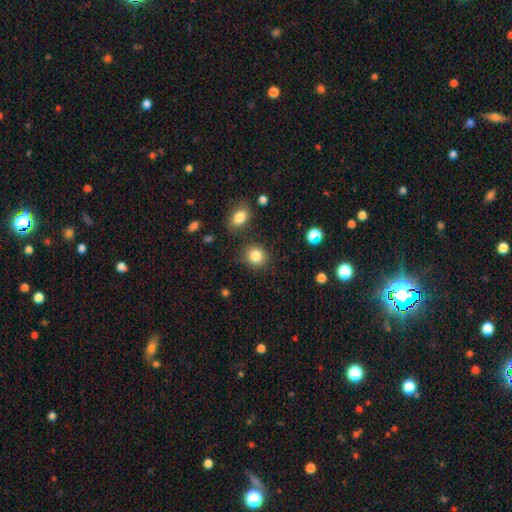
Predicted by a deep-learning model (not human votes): Morphology: type=smooth (85%); roundness=round (82%); merging=none (81%).